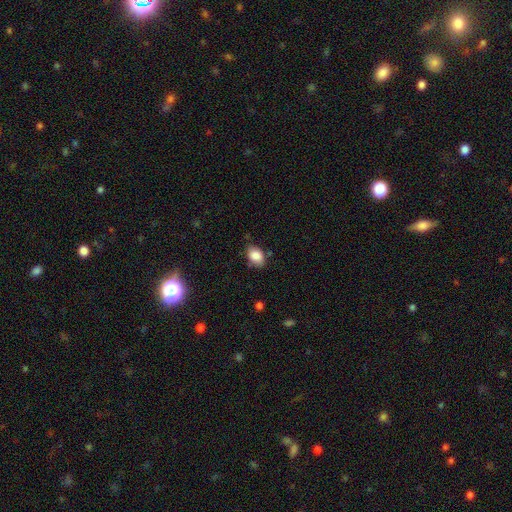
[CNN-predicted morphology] Overall: smooth (86%). How rounded: in between (80%). Merging: none (72%).